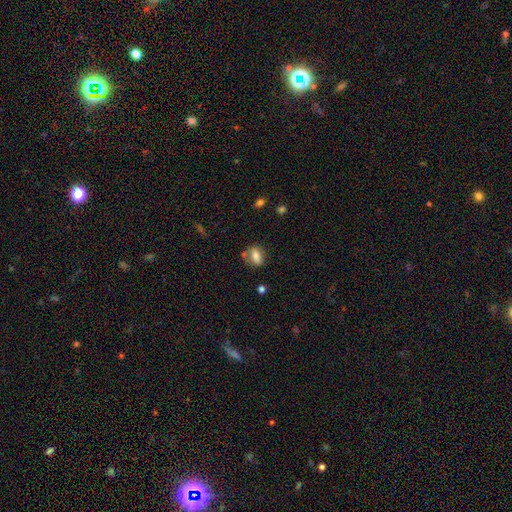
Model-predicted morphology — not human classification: Q: Smooth or featured?
A: smooth (77%); runner-up: featured or disk (14%)
Q: How rounded?
A: in between (73%); runner-up: round (21%)
Q: Merging?
A: none (66%); runner-up: minor disturbance (19%)